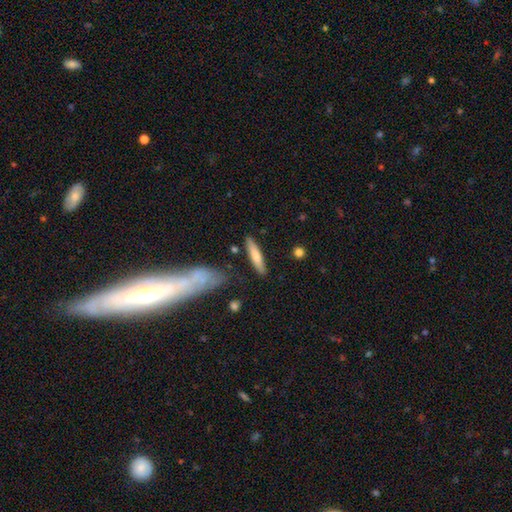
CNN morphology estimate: smooth_or_featured: smooth (p=0.69) [alt: featured or disk p=0.25]
how_rounded: cigar-shaped (p=0.82) [alt: in between p=0.17]
merging: none (p=0.83) [alt: minor disturbance p=0.11]